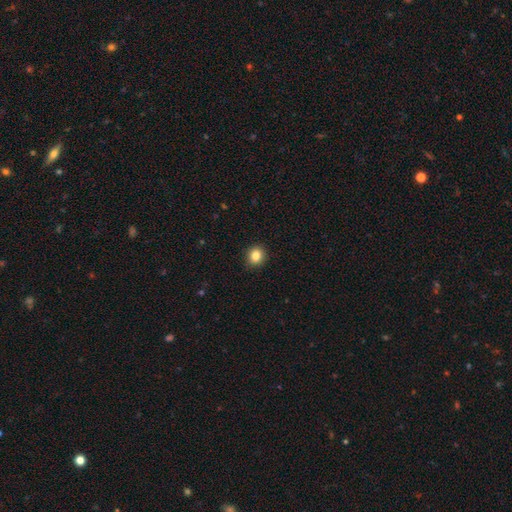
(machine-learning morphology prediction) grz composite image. It shows a smooth galaxy with no disk features (84%) that is round (81%). Merging: none (91%).